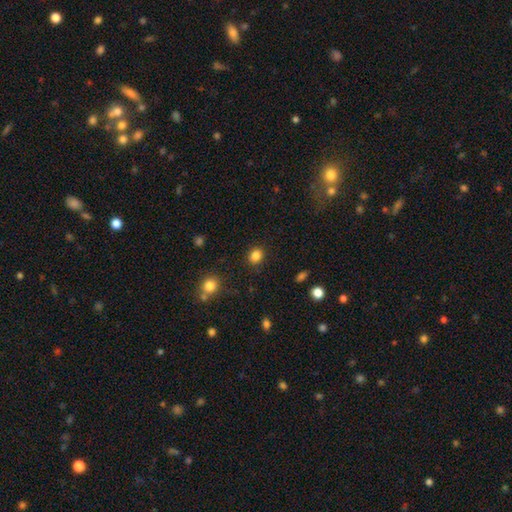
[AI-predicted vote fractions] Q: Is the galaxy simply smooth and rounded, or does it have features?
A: smooth — 85%.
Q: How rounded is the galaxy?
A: round — 72%.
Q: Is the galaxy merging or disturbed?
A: none — 88%.